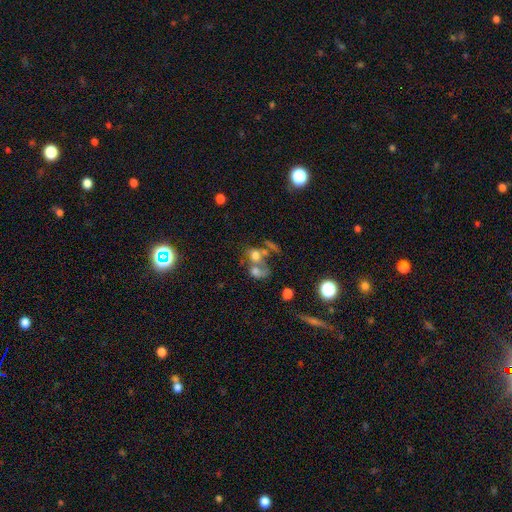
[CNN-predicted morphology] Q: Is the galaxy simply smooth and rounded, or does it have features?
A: smooth — 58%.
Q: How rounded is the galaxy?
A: in between — 53%.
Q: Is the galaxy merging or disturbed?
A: merger — 56%.